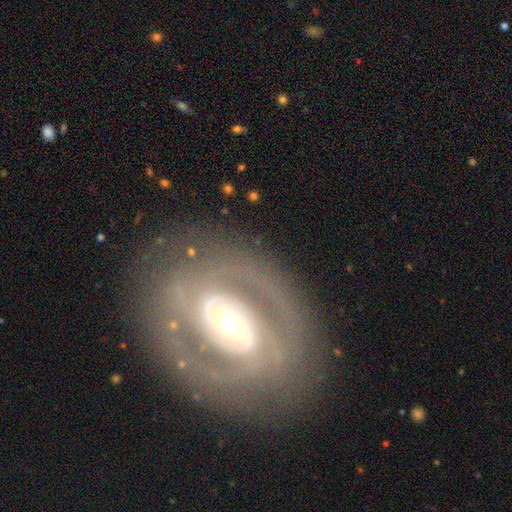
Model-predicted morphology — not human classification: Overall: featured or disk (79%). Edge-on disk: no (95%). Bar: no (51%; weak 28%). Spiral arms: yes (70%; no 30%). Spiral arm count: 2 (56%; can't tell 26%). Spiral winding: tight (60%; medium 29%). Bulge size: small (48%; moderate 41%). Merging: none (79%).